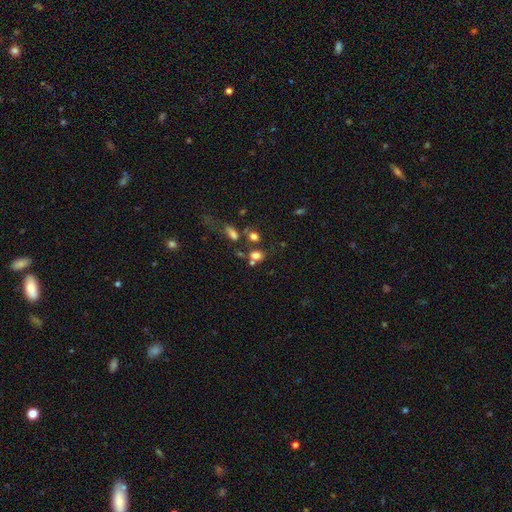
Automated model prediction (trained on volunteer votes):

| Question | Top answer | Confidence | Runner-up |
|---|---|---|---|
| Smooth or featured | smooth | 74% | star or artifact (16%) |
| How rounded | in between | 55% | round (43%) |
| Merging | none | 52% | merger (28%) |